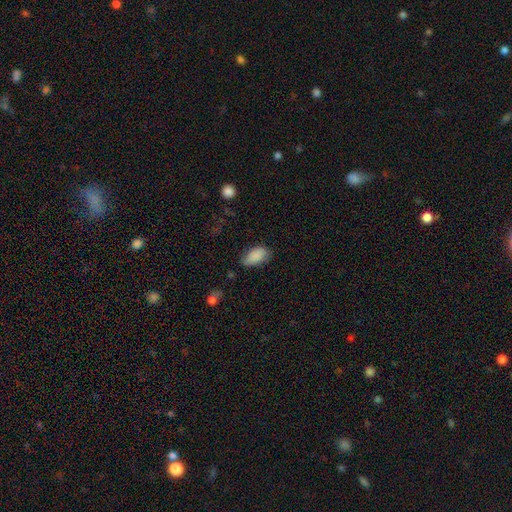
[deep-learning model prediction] Q: Smooth or featured?
A: smooth (87%); runner-up: star or artifact (7%)
Q: How rounded?
A: in between (94%); runner-up: round (4%)
Q: Merging?
A: none (66%); runner-up: minor disturbance (27%)